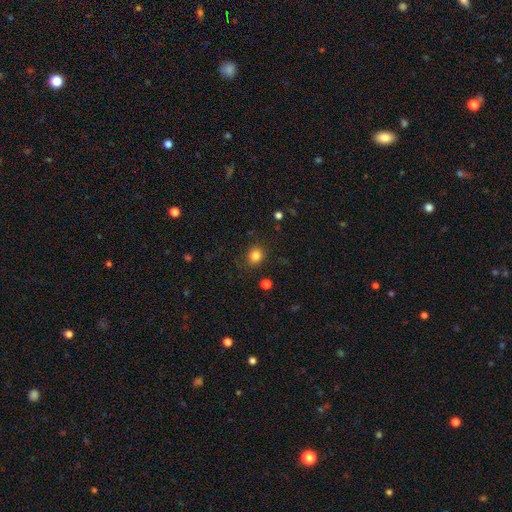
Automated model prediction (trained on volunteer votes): A smooth galaxy with no disk features (83%) that is round (72%).

Vote fractions:
- Smooth or featured? smooth: 83% / star or artifact: 12% / featured or disk: 5%
- How rounded? round: 72% / in between: 27% / cigar-shaped: 1%
- Merging? none: 84% / minor disturbance: 11% / major disturbance: 4% / merger: 2%